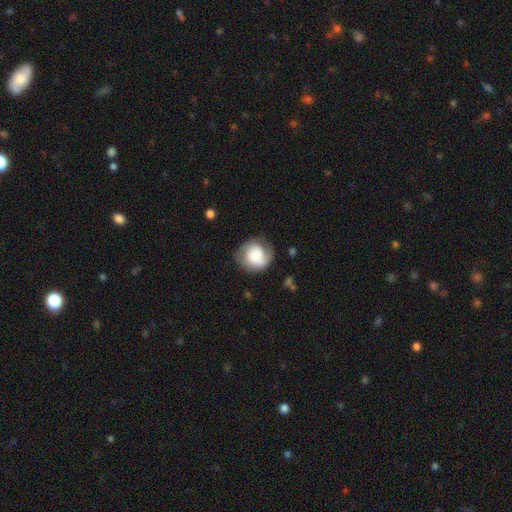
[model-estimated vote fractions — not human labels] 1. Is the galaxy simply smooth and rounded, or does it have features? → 48% featured or disk, 44% smooth, 8% star or artifact.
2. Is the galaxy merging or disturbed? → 71% none, 19% minor disturbance, 9% major disturbance, 2% merger.